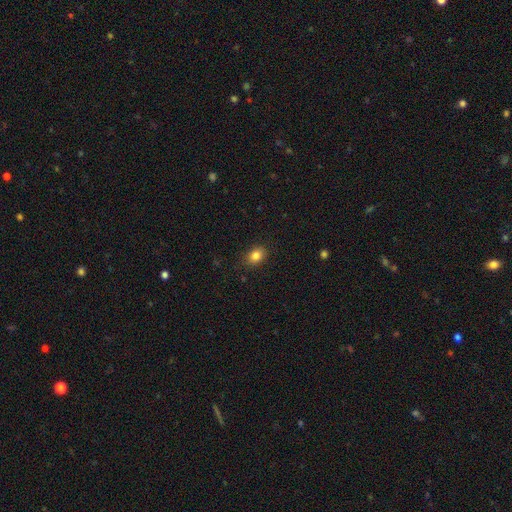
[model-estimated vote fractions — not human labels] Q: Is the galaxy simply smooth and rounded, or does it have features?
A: smooth — 83%.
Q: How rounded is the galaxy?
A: in between — 67%.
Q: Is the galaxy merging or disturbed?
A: none — 85%.